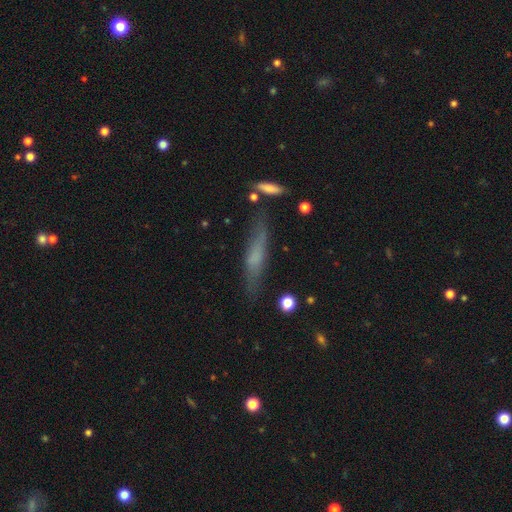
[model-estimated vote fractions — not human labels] smooth 53%, featured or disk 38%, star or artifact 9%. Down the decision tree: how rounded — cigar-shaped (82%); merging — none (71%).